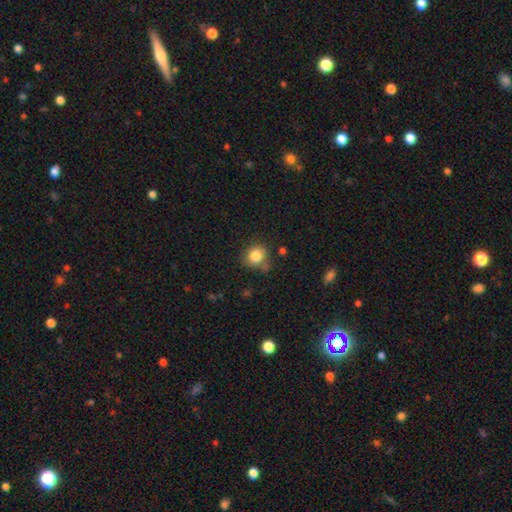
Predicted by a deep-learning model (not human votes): The model was most divided on "merging": none: 71%, minor disturbance: 18%, merger: 6%, major disturbance: 5%. More confident: smooth or featured — smooth (83%); how rounded — round (78%).